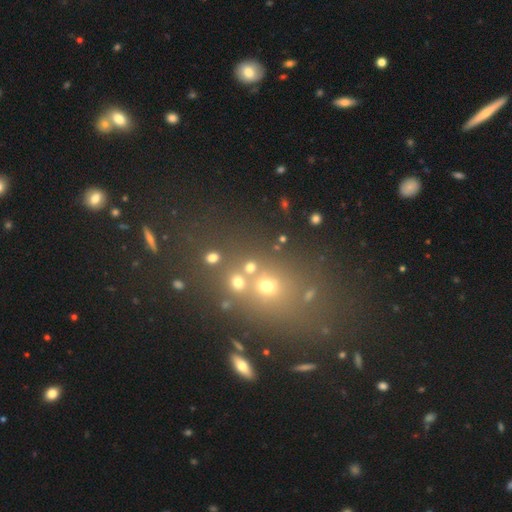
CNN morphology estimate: type=star or artifact (46%).